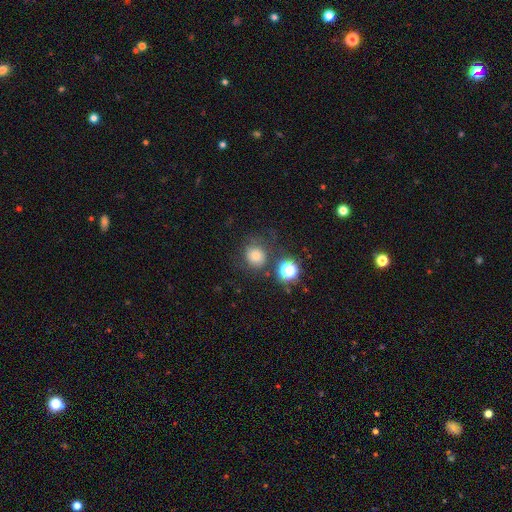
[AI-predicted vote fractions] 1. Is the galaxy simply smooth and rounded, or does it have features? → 69% smooth, 19% star or artifact, 12% featured or disk.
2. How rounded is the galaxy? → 84% round, 15% in between, 1% cigar-shaped.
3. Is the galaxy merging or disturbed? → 67% none, 16% minor disturbance, 9% major disturbance, 9% merger.